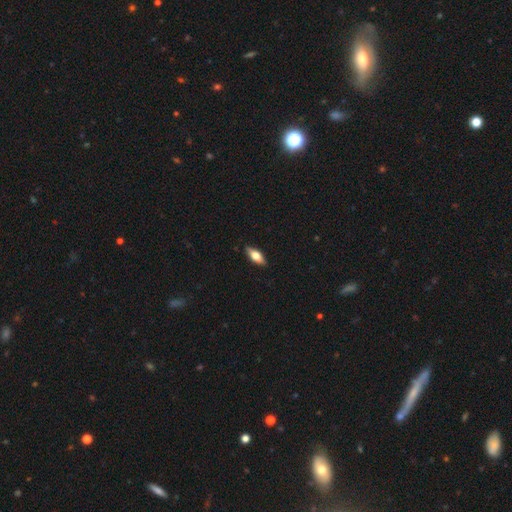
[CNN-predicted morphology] A smooth galaxy with no disk features (61%) that is in between round and cigar-shaped (77%).

Vote fractions:
- Smooth or featured? smooth: 61% / featured or disk: 33% / star or artifact: 6%
- How rounded? in between: 77% / cigar-shaped: 19% / round: 3%
- Merging? none: 87% / minor disturbance: 10% / major disturbance: 2% / merger: 1%